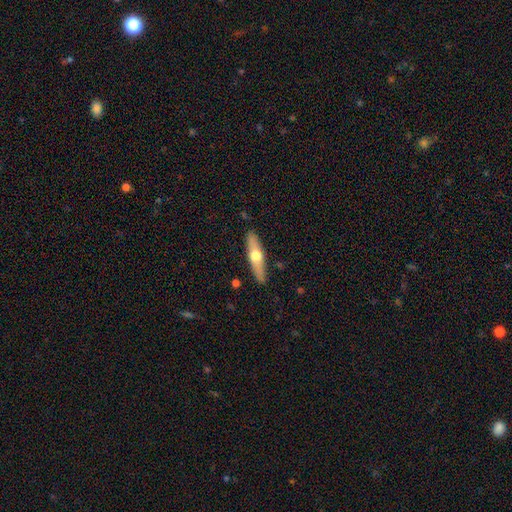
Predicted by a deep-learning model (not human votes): featured or disk 51%, smooth 44%, star or artifact 5%. Down the decision tree: edge-on disk — yes (89%); merging — none (89%).